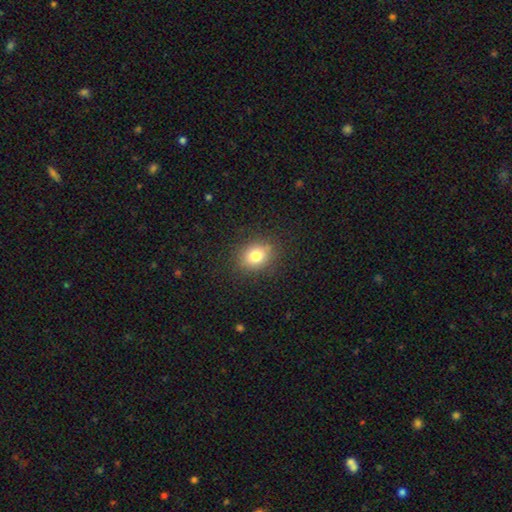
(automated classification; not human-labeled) This is likely a smooth galaxy (79%). How rounded: possibly round (56%). Merging: clearly none (85%).